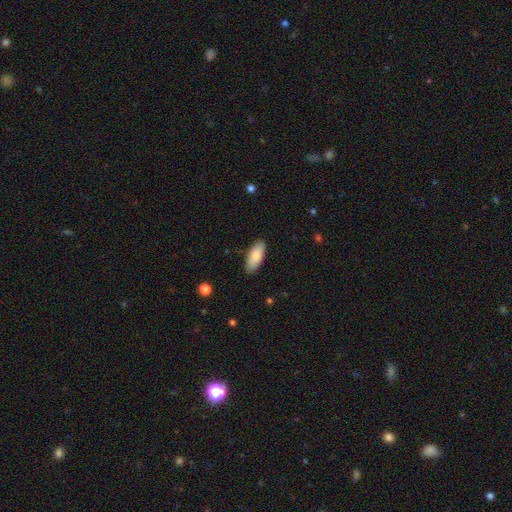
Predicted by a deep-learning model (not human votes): This appears to be a smooth galaxy with no disk features (85%) that is in between round and cigar-shaped (85%). Merging: none (86%).